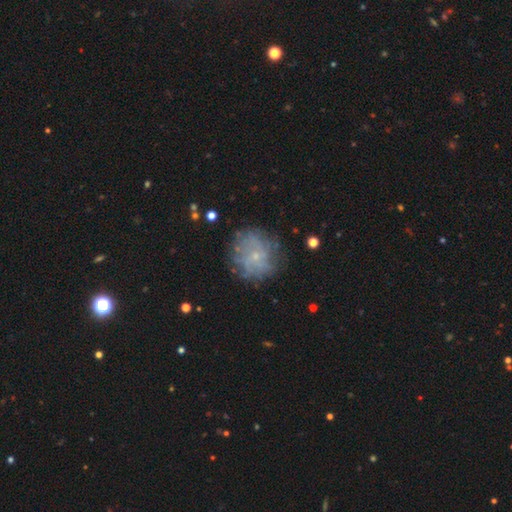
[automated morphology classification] This appears to be a featured or disk galaxy (50%). Merging: none (72%).